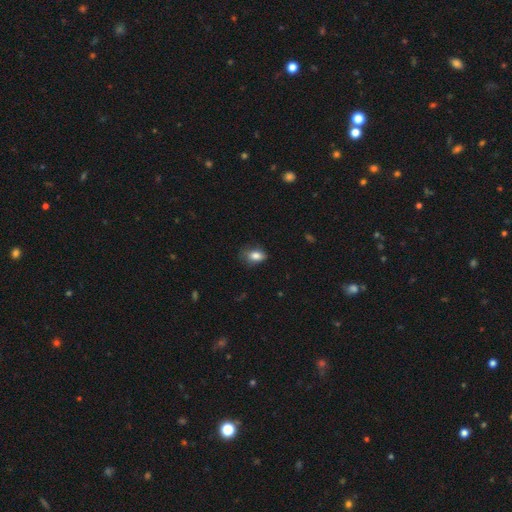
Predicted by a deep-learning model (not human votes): The model was most divided on "merging": none: 59%, minor disturbance: 30%, major disturbance: 9%, merger: 1%. More confident: smooth or featured — smooth (82%); how rounded — in between (81%).